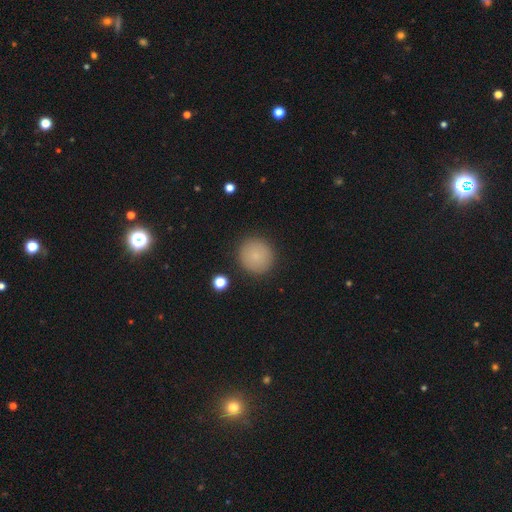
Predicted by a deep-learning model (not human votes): smooth-or-featured: smooth: 84% | star or artifact: 9% | featured or disk: 6%
  how-rounded: round: 95% | in between: 4% | cigar-shaped: 1%
  merging: none: 91% | minor disturbance: 6% | major disturbance: 2% | merger: 1%